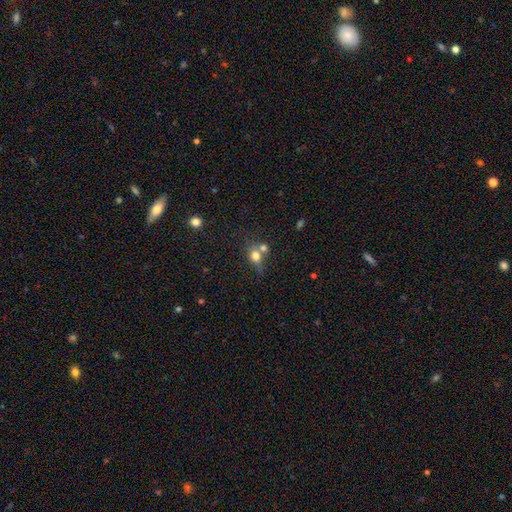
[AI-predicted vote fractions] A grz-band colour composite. It shows a smooth galaxy with no disk features (72%) that is round (62%). Merging: none (43%).